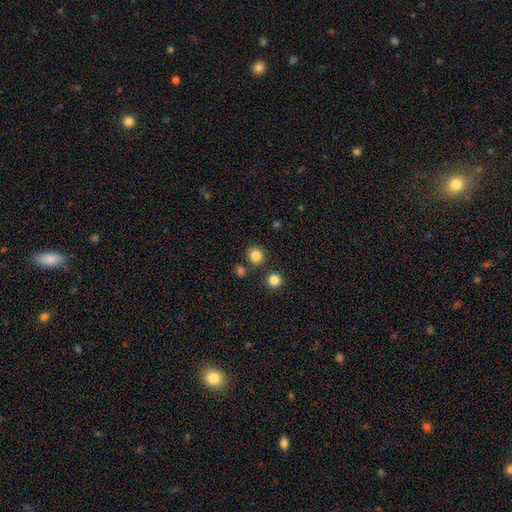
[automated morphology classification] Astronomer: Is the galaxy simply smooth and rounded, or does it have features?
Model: smooth — 84%.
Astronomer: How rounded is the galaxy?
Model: round — 82%.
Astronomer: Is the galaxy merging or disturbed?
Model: none — 83%.